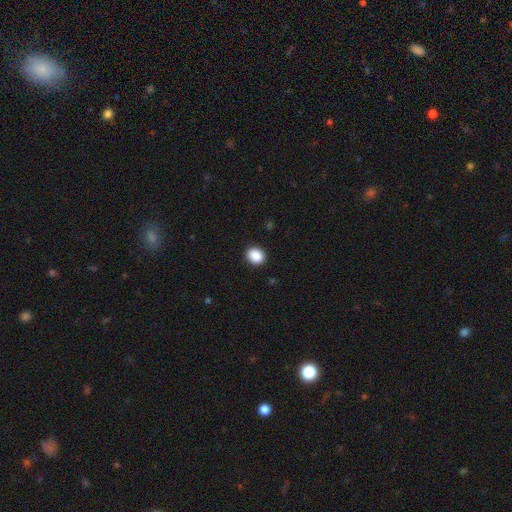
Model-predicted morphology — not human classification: A smooth galaxy with no disk features (89%) that is round (58%).

Vote fractions:
- Smooth or featured? smooth: 89% / star or artifact: 8% / featured or disk: 3%
- How rounded? round: 58% / in between: 41% / cigar-shaped: 1%
- Merging? none: 90% / minor disturbance: 7% / major disturbance: 2% / merger: 1%